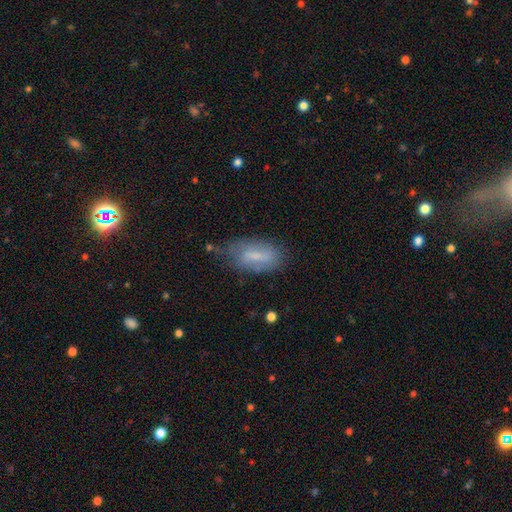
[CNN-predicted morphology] Smooth or featured? Predicted: smooth (p=0.61). How rounded? Predicted: in between (p=0.81). Merging? Predicted: none (p=0.57).